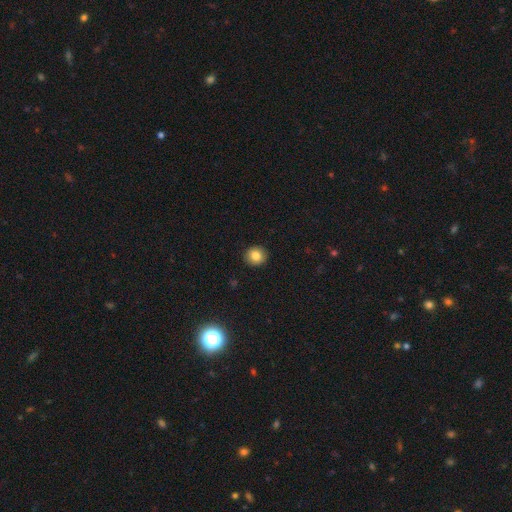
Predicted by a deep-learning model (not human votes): A smooth galaxy with no disk features (84%) that is round (89%). Merging: none (92%).